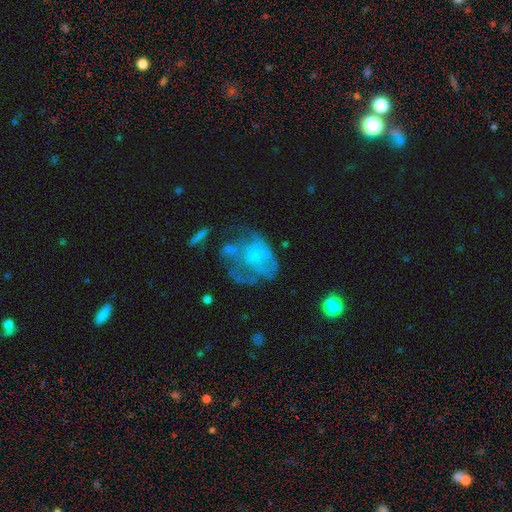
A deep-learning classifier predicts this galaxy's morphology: Overall: featured or disk (56%; smooth 33%). Edge-on disk: no (97%). Bar: no (81%). Spiral arms: no (66%; yes 34%). Bulge size: small (46%; none 31%). Merging: major disturbance (42%; none 25%).